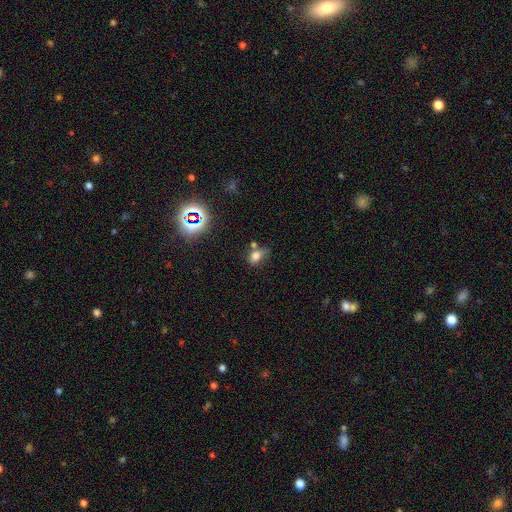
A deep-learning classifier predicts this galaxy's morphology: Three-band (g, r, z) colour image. It shows a smooth galaxy with no disk features (70%) that is in between round and cigar-shaped (71%). Merging: none (46%).